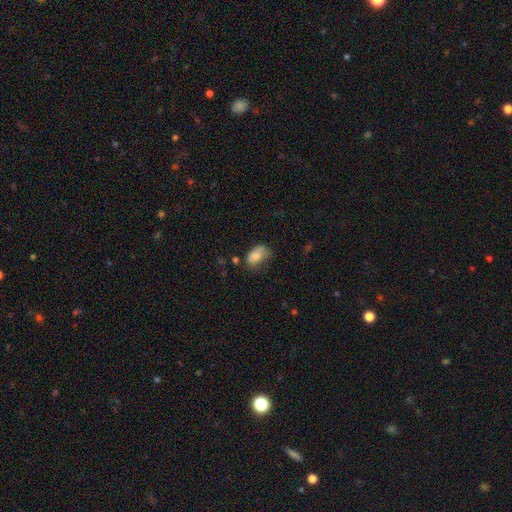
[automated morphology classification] A smooth galaxy with no disk features (81%) that is in between round and cigar-shaped (88%). Merging: none (42%).